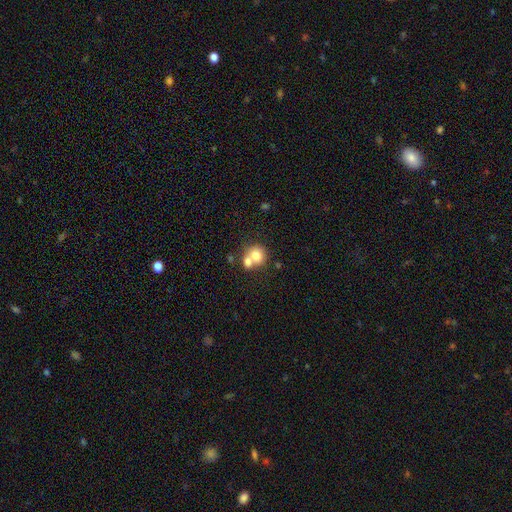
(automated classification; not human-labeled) Morphology: type=smooth (73%); roundness=round (76%); merging=merger (56%).